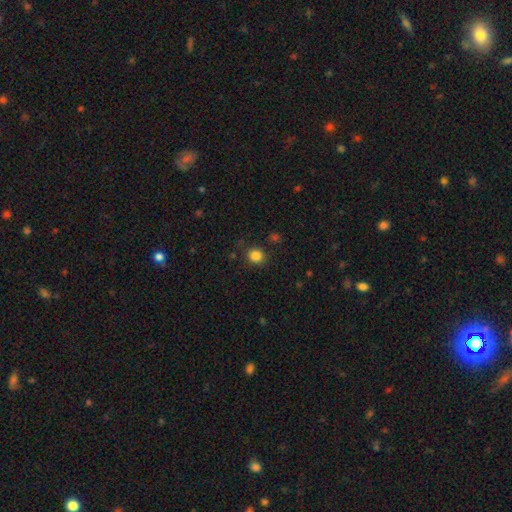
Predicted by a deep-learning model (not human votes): The model was most divided on "how rounded": round: 83%, in between: 16%, cigar-shaped: 1%. More confident: merging — none (86%); smooth or featured — smooth (83%).